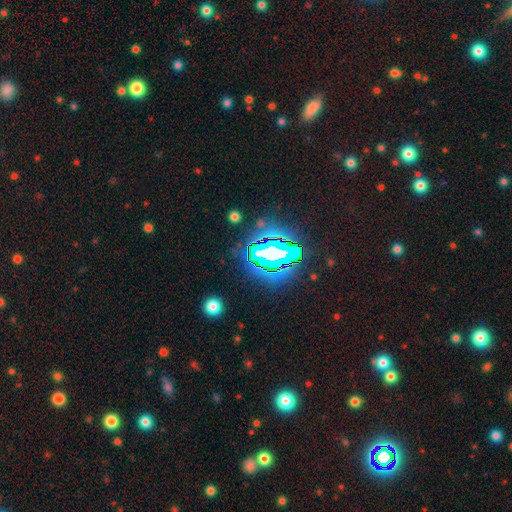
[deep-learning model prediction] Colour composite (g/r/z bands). It shows a star or artifact, not a galaxy (69%).